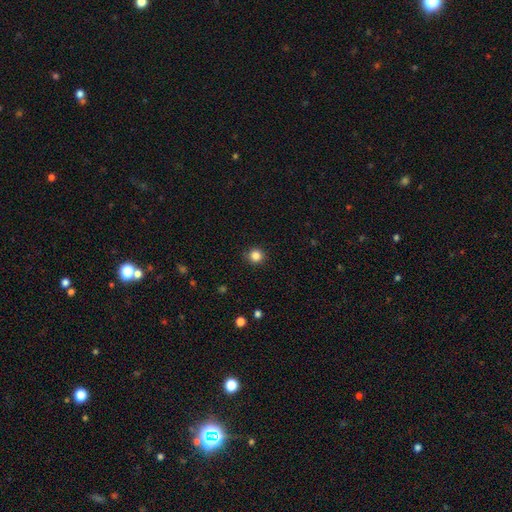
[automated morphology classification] The model was most divided on "smooth or featured": smooth: 84%, star or artifact: 12%, featured or disk: 4%. More confident: how rounded — round (93%); merging — none (91%).